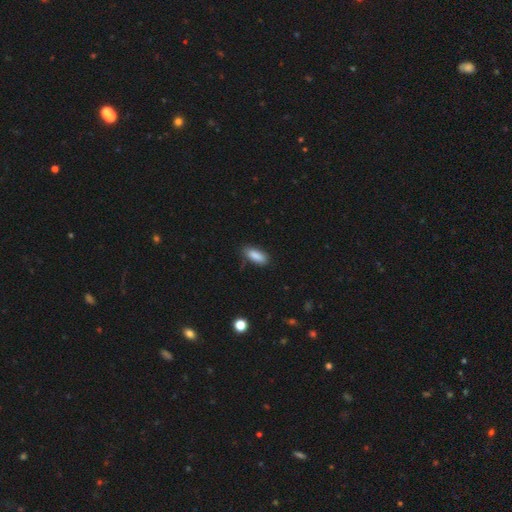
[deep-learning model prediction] Smooth or featured? smooth (87%)
How rounded? in between (79%)
Merging? none (80%)